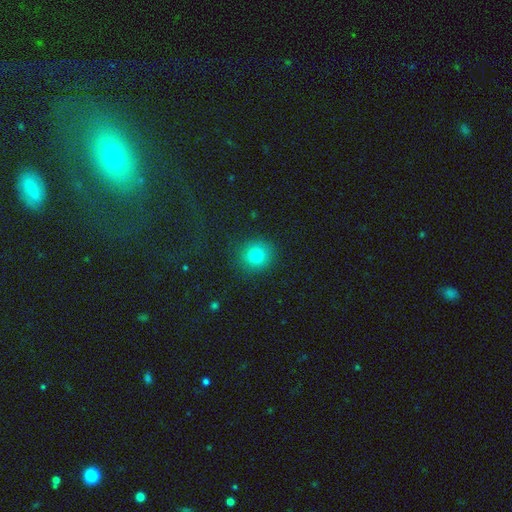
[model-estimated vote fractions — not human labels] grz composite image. It shows a smooth galaxy with no disk features (80%) that is round (88%). Merging: none (87%).